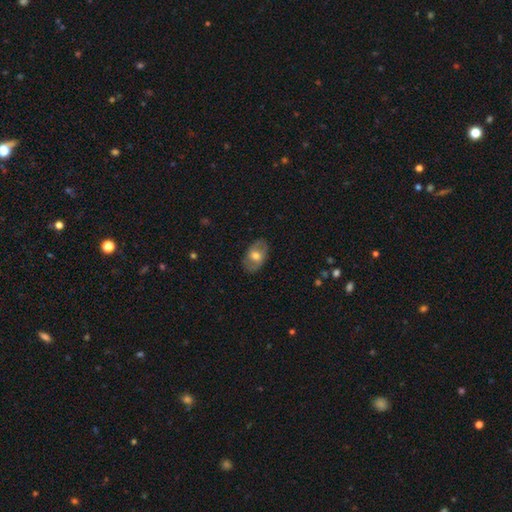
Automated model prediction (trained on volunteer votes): Q: Smooth or featured?
A: smooth (51%); runner-up: featured or disk (42%)
Q: How rounded?
A: in between (85%); runner-up: round (13%)
Q: Merging?
A: none (82%); runner-up: minor disturbance (13%)